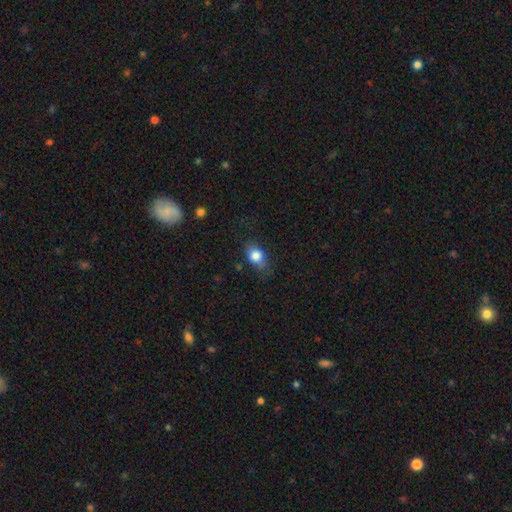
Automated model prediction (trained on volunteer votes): smooth_or_featured: smooth (p=0.82) [alt: featured or disk p=0.10]
how_rounded: in between (p=0.69) [alt: round p=0.29]
merging: none (p=0.66) [alt: minor disturbance p=0.24]